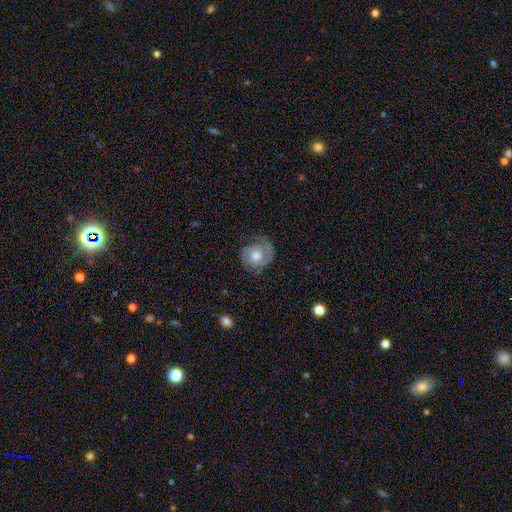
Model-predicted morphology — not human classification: Smooth or featured? featured or disk (54%)
Edge-on disk? no (97%)
Bar? no (81%)
Spiral arms? yes (78%)
Bulge size? moderate (76%)
Merging? none (55%)